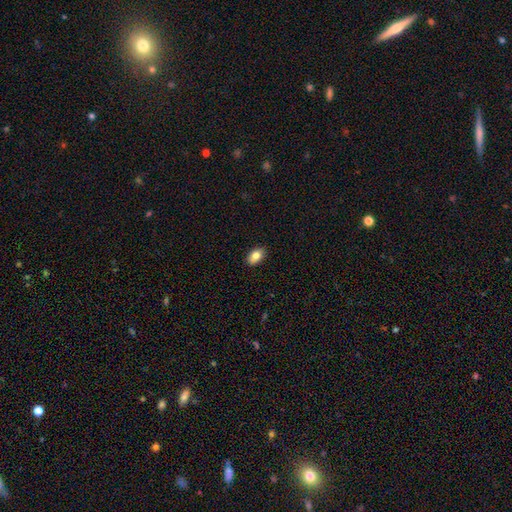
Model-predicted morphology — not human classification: The model was most divided on "smooth or featured": smooth: 83%, featured or disk: 9%, star or artifact: 8%. More confident: how rounded — in between (90%); merging — none (89%).